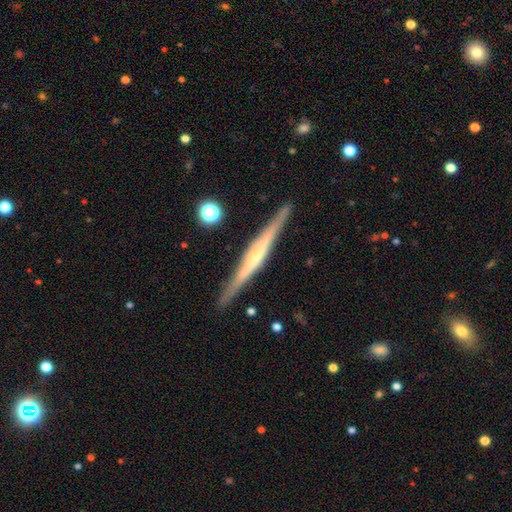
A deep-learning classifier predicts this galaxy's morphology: Smooth or featured: featured or disk — 75% (smooth — 19%)
Edge-on disk: yes — 98% (no — 2%)
Edge-on bulge: rounded — 59% (none — 25%)
Merging: none — 90% (minor disturbance — 7%)